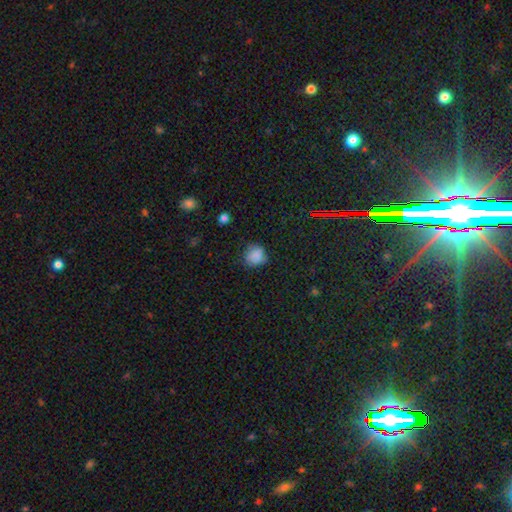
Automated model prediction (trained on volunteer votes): Overall: smooth (81%). How rounded: round (77%). Merging: none (68%).